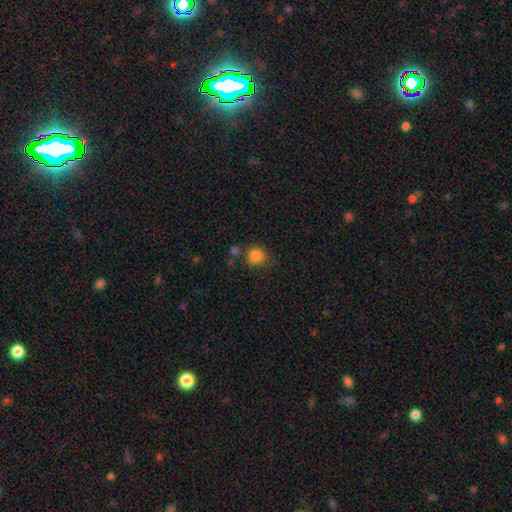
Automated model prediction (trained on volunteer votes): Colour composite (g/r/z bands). It shows a smooth galaxy with no disk features (84%) that is round (79%). Merging: none (67%).